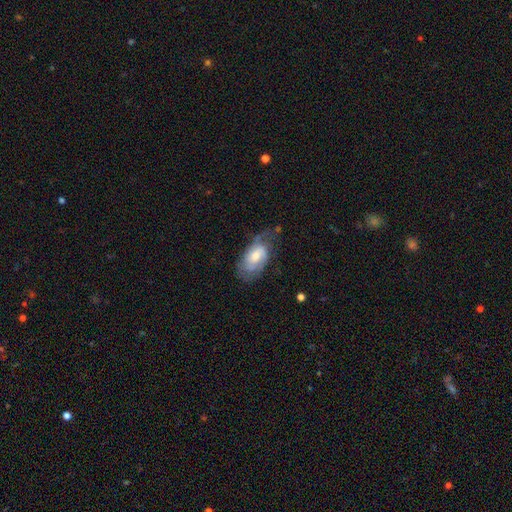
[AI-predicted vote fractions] smooth_or_featured: featured or disk (p=0.56) [alt: smooth p=0.38]
disk_edge_on: no (p=0.94) [alt: yes p=0.06]
bar: no (p=0.58) [alt: weak p=0.35]
has_spiral_arms: yes (p=0.76) [alt: no p=0.24]
bulge_size: moderate (p=0.52) [alt: small p=0.22]
merging: none (p=0.39) [alt: minor disturbance p=0.33]